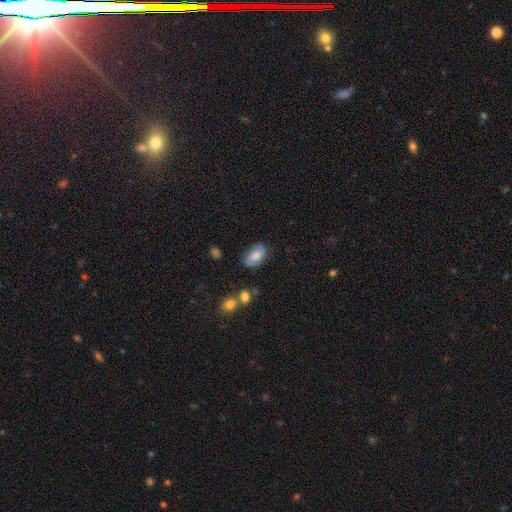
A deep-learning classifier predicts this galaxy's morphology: A smooth galaxy with no disk features (49%).

Vote fractions:
- Smooth or featured? smooth: 49% / featured or disk: 42% / star or artifact: 9%
- Merging? none: 69% / minor disturbance: 22% / major disturbance: 6% / merger: 3%